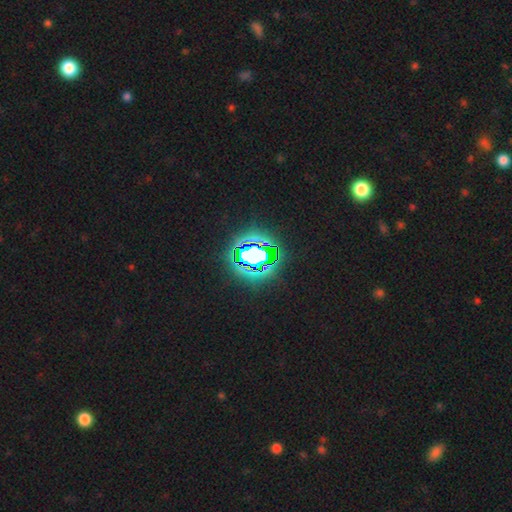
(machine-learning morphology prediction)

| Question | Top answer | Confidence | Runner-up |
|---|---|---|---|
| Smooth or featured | star or artifact | 64% | smooth (18%) |